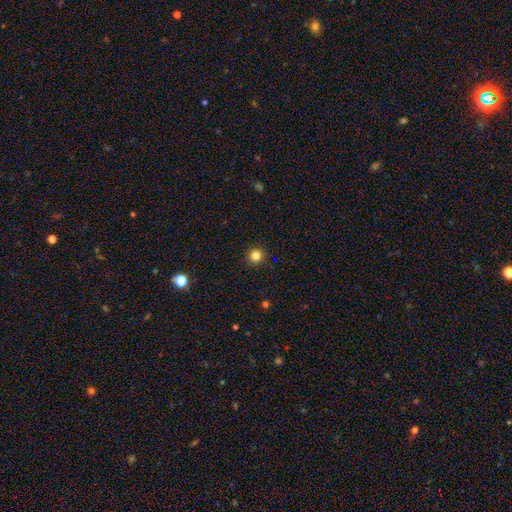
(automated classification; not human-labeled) A smooth galaxy with no disk features (83%) that is round (95%). Merging: none (92%).